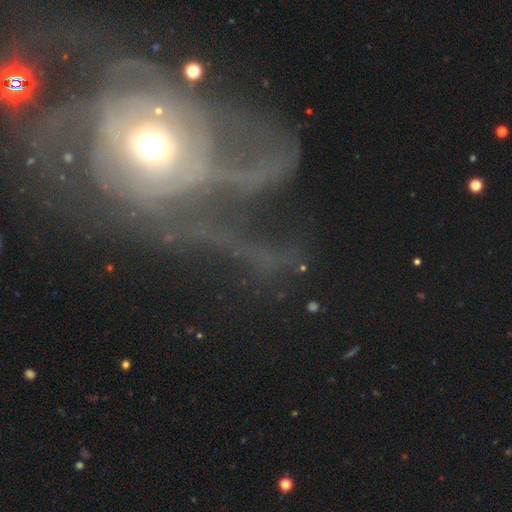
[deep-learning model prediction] Smooth or featured?
  - featured or disk: 59% *
  - star or artifact: 23%
  - smooth: 18%
Edge-on disk?
  - no: 87% *
  - yes: 13%
Bar?
  - no: 61% *
  - weak: 20%
  - strong: 19%
Spiral arms?
  - yes: 56% *
  - no: 44%
Bulge size?
  - moderate: 55% *
  - small: 27%
  - large: 9%
  - dominant: 4%
  - none: 4%
Merging?
  - major disturbance: 41% *
  - none: 37%
  - minor disturbance: 12%
  - merger: 9%